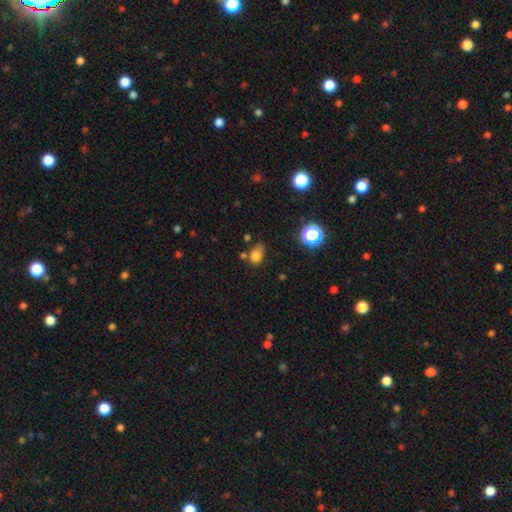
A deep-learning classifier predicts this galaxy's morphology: The model was most divided on "merging": none: 47%, minor disturbance: 29%, merger: 13%, major disturbance: 11%. More confident: smooth or featured — smooth (76%); how rounded — in between (73%).